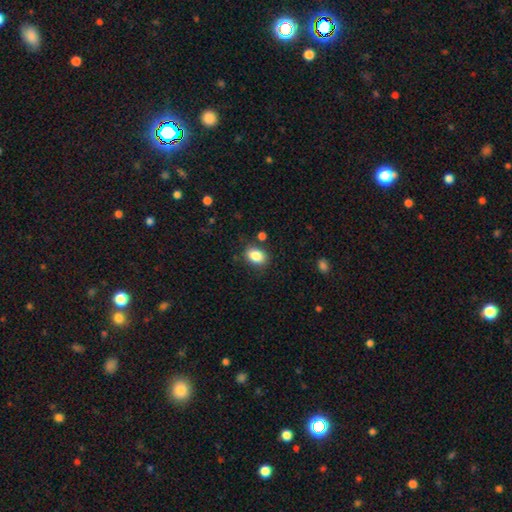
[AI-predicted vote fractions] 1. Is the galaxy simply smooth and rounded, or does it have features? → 86% smooth, 9% star or artifact, 5% featured or disk.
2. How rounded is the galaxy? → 74% in between, 25% round, 1% cigar-shaped.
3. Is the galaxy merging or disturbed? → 81% none, 12% minor disturbance, 4% merger, 3% major disturbance.